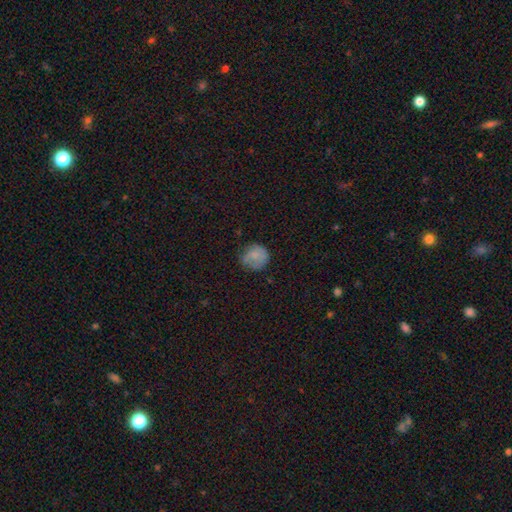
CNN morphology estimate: This appears to be a smooth galaxy with no disk features (76%) that is round (85%). Merging: none (65%).